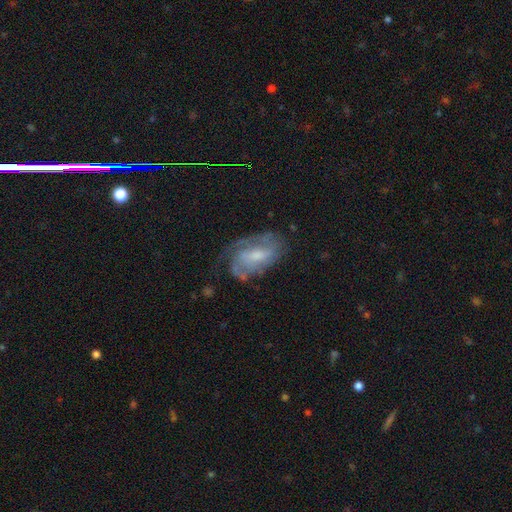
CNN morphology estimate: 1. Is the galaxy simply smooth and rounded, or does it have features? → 76% featured or disk, 17% smooth, 7% star or artifact.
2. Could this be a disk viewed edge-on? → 96% no, 4% yes.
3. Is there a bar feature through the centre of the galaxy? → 48% weak, 36% no, 16% strong.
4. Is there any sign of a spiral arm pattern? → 89% yes, 11% no.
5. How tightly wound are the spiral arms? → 45% medium, 37% tight, 18% loose.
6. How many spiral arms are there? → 49% 2, 24% can't tell, 12% 3, 9% 1, 3% 4, 3% more than 4.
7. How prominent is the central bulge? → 43% moderate, 38% small, 11% none, 7% large, 1% dominant.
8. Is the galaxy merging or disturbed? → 57% none, 24% minor disturbance, 17% major disturbance, 2% merger.